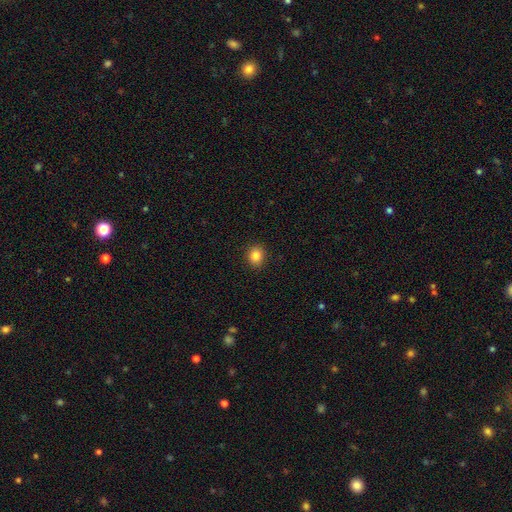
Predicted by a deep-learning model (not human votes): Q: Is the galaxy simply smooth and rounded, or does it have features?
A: smooth — 84%.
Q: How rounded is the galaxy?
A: round — 72%.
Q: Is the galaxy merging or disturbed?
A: none — 91%.